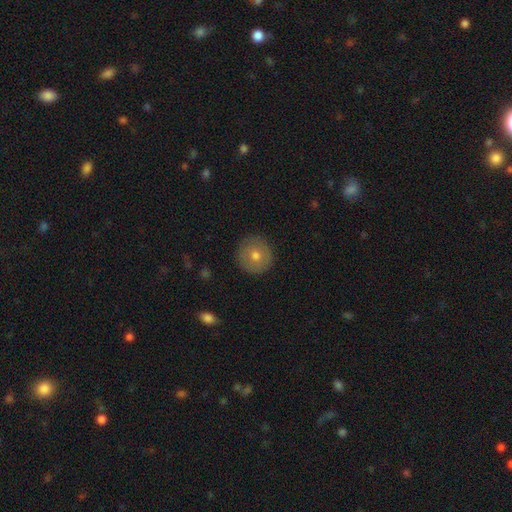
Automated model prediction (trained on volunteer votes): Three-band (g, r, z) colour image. It shows a smooth galaxy with no disk features (67%) that is round (95%). Merging: none (91%).